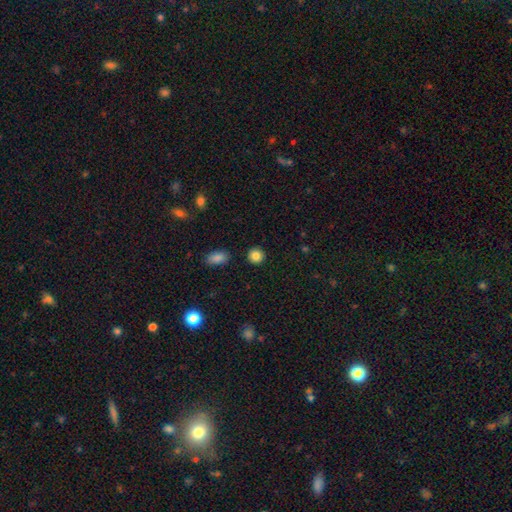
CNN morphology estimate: A smooth galaxy with no disk features (85%) that is round (91%).

Vote fractions:
- Smooth or featured? smooth: 85% / star or artifact: 9% / featured or disk: 5%
- How rounded? round: 91% / in between: 8% / cigar-shaped: 1%
- Merging? none: 91% / minor disturbance: 5% / merger: 2% / major disturbance: 2%